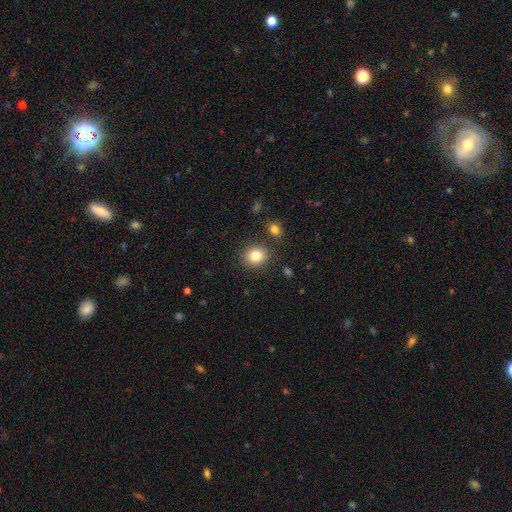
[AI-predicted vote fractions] Q: Smooth or featured?
A: smooth (83%); runner-up: star or artifact (10%)
Q: How rounded?
A: round (73%); runner-up: in between (26%)
Q: Merging?
A: none (85%); runner-up: minor disturbance (9%)